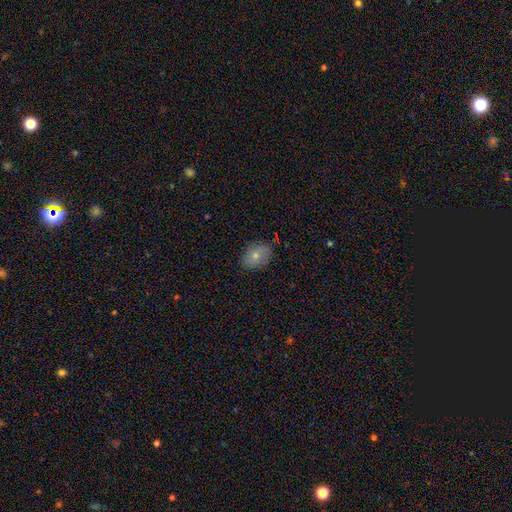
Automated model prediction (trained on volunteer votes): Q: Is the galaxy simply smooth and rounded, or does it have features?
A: smooth — 75%.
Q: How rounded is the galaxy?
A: in between — 81%.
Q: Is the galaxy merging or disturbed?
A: none — 82%.